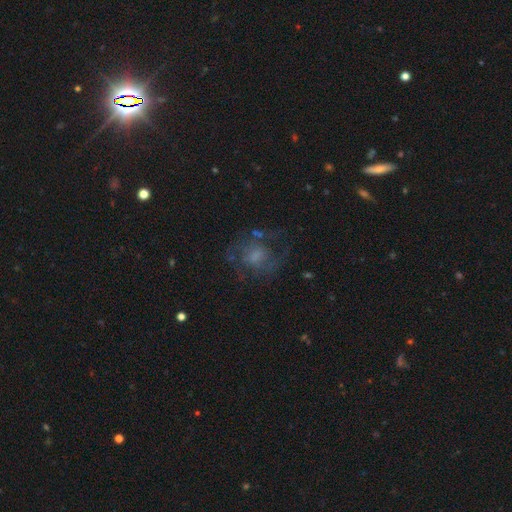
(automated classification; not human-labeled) Morphology: type=featured or disk (58%); edge-on=no (97%); bar=no (66%); spiral arms=yes (69%); bulge=moderate (36%); merging=none (56%).